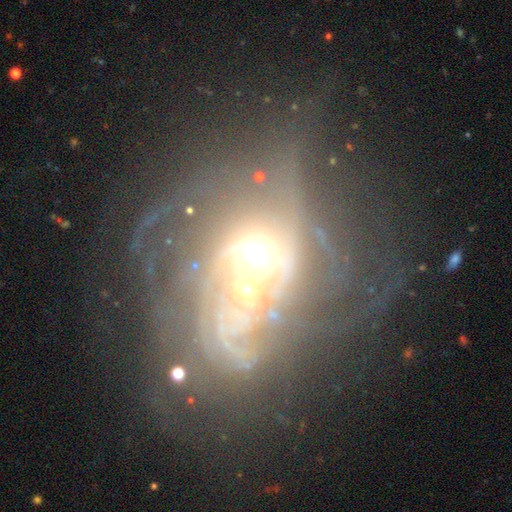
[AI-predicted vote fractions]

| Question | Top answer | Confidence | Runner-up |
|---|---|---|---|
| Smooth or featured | featured or disk | 74% | star or artifact (14%) |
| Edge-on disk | no | 95% | yes (5%) |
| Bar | no | 72% | weak (19%) |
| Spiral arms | yes | 71% | no (29%) |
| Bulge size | moderate | 50% | small (31%) |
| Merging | major disturbance | 35% | none (34%) |